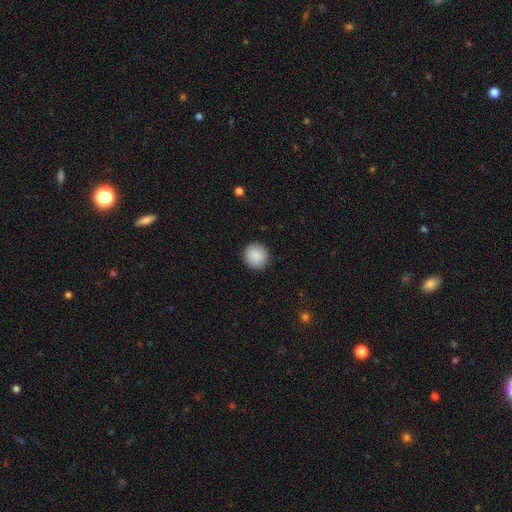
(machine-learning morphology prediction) Smooth or featured? Predicted: smooth (p=0.90). How rounded? Predicted: round (p=0.94). Merging? Predicted: none (p=0.92).